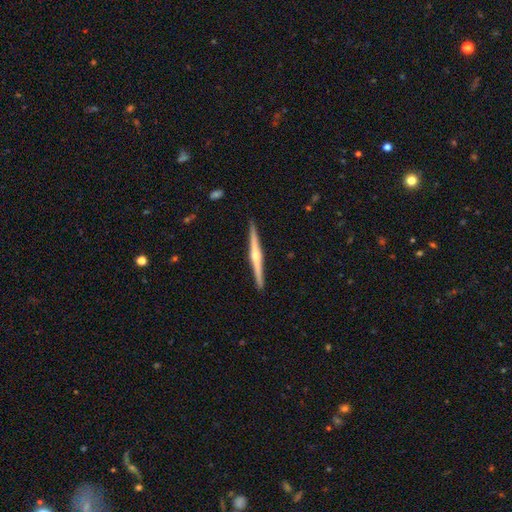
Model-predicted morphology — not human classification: This appears to be a featured or disk galaxy (78%) viewed edge-on (99%) with a rounded central bulge (84%). Merging: none (92%).